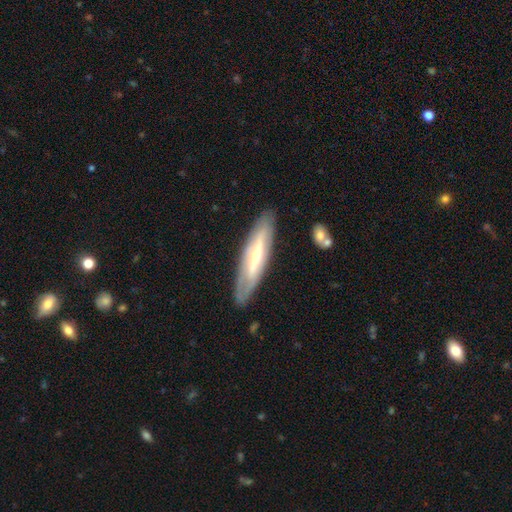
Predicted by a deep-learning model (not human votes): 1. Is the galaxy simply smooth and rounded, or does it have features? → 65% featured or disk, 29% smooth, 5% star or artifact.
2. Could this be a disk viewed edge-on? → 55% yes, 45% no.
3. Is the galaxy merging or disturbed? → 83% none, 12% minor disturbance, 3% major disturbance, 2% merger.